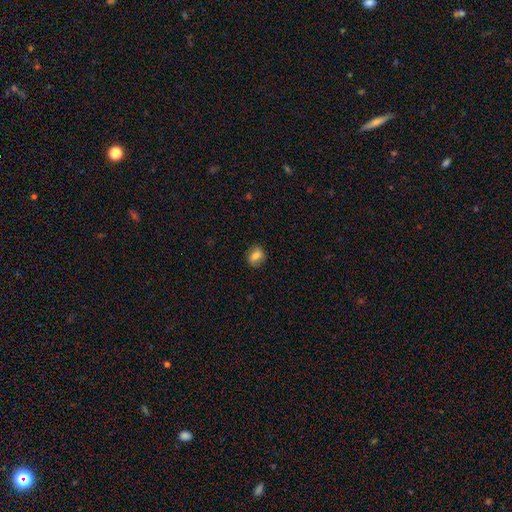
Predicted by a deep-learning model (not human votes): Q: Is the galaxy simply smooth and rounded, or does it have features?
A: smooth — 79%.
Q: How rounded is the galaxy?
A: in between — 53%.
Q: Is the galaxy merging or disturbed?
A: none — 81%.